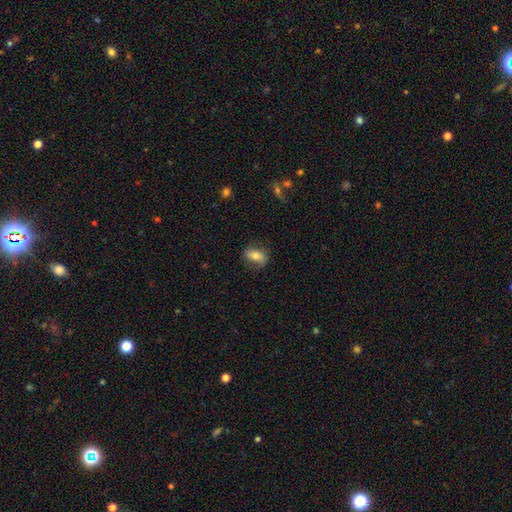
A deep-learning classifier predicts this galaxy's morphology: Smooth or featured? smooth (63%)
How rounded? in between (78%)
Merging? none (74%)